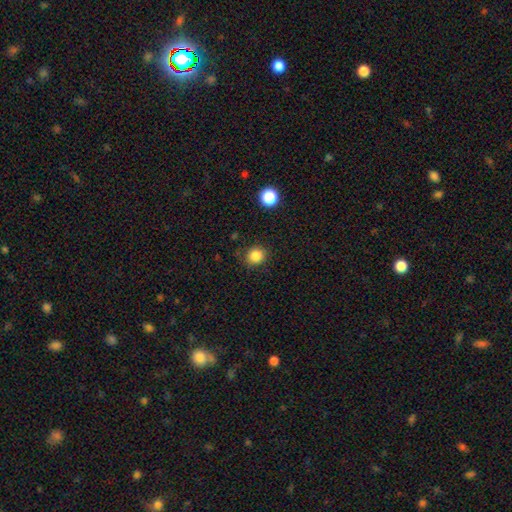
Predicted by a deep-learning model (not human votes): Smooth or featured? smooth (85%)
How rounded? round (84%)
Merging? none (87%)